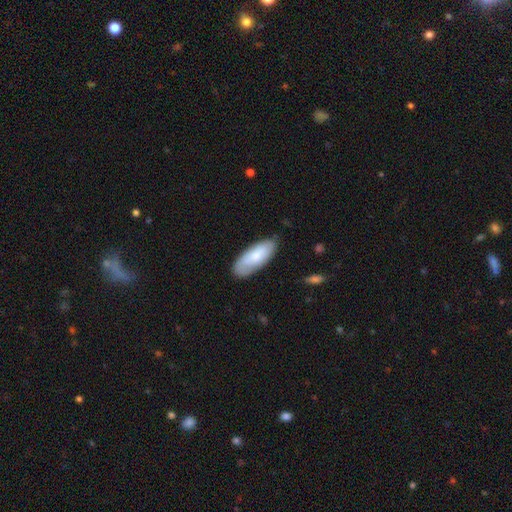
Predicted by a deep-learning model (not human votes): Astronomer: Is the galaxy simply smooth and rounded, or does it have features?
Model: smooth — 75%.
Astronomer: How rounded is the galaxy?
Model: in between — 81%.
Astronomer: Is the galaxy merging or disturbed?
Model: none — 75%.